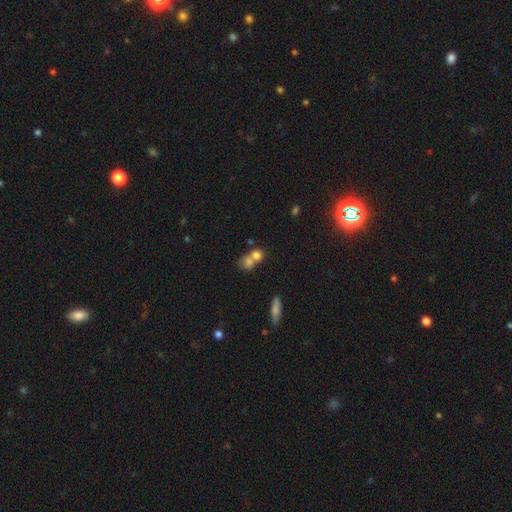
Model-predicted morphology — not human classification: A smooth galaxy with no disk features (74%) that is round (66%).

Vote fractions:
- Smooth or featured? smooth: 74% / featured or disk: 14% / star or artifact: 12%
- How rounded? round: 66% / in between: 31% / cigar-shaped: 3%
- Merging? merger: 57% / none: 32% / minor disturbance: 7% / major disturbance: 4%